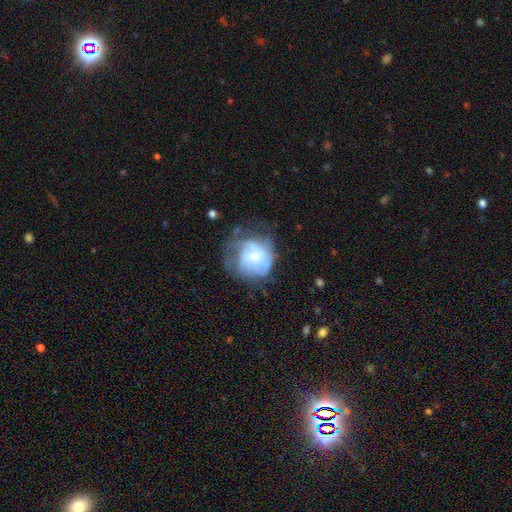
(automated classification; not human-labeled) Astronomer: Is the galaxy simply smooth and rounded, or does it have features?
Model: featured or disk — 47% (runner-up: smooth, 44%).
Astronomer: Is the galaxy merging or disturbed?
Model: none — 40% (runner-up: major disturbance, 30%).